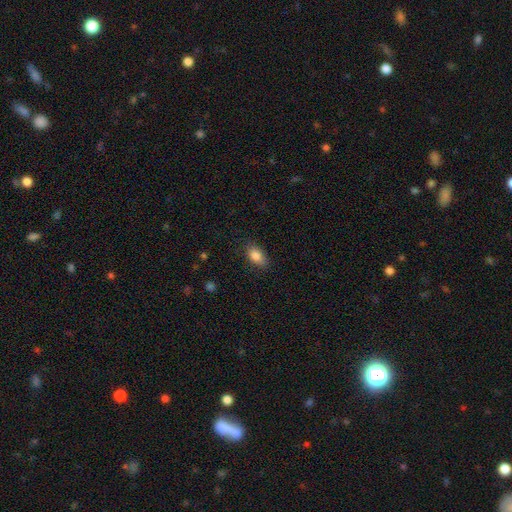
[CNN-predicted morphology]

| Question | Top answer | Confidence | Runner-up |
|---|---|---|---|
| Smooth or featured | smooth | 85% | star or artifact (8%) |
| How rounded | in between | 88% | round (9%) |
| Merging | none | 83% | minor disturbance (13%) |